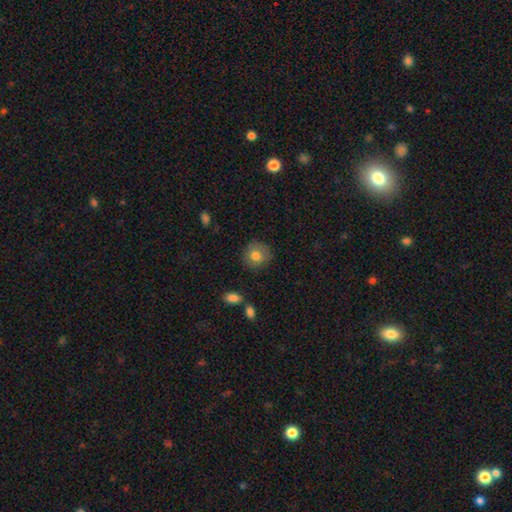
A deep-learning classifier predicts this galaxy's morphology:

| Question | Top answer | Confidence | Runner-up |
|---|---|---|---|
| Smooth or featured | smooth | 78% | featured or disk (14%) |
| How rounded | round | 87% | in between (12%) |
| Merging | none | 81% | minor disturbance (14%) |